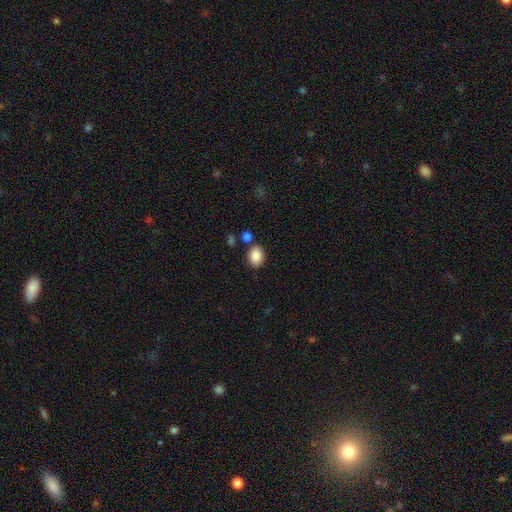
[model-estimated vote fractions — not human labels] Overall: smooth (87%). How rounded: in between (63%; round 36%). Merging: none (76%).